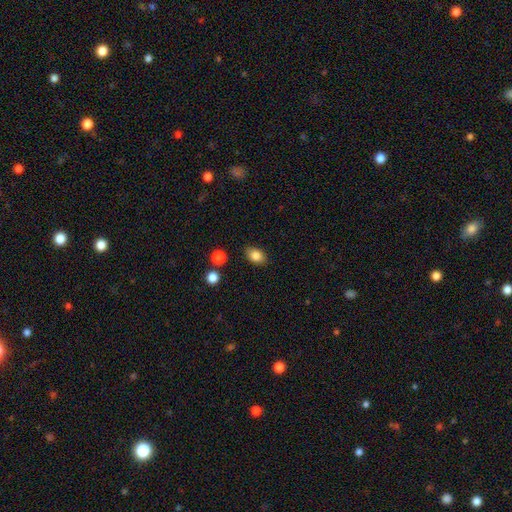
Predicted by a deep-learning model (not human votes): The model was most divided on "how rounded": in between: 79%, round: 20%, cigar-shaped: 1%. More confident: merging — none (85%); smooth or featured — smooth (85%).